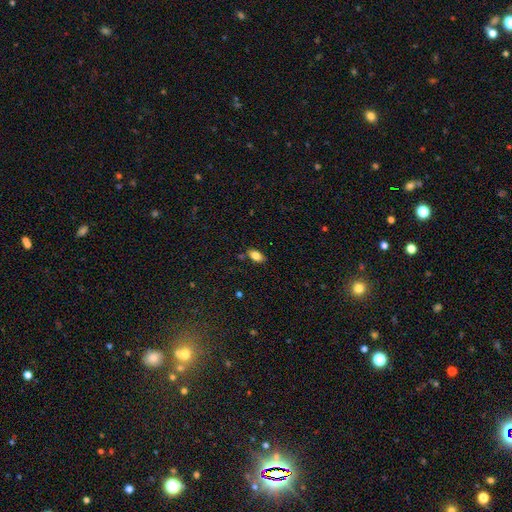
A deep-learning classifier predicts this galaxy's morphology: A smooth galaxy with no disk features (80%) that is in between round and cigar-shaped (90%).

Vote fractions:
- Smooth or featured? smooth: 80% / featured or disk: 11% / star or artifact: 9%
- How rounded? in between: 90% / cigar-shaped: 5% / round: 4%
- Merging? none: 80% / minor disturbance: 13% / merger: 4% / major disturbance: 3%